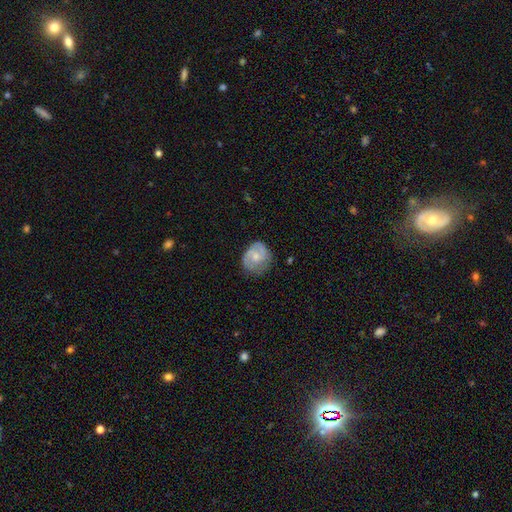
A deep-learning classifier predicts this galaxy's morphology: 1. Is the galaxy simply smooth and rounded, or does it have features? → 60% featured or disk, 34% smooth, 6% star or artifact.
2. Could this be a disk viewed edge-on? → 98% no, 2% yes.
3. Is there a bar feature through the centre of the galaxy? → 64% no, 32% weak, 4% strong.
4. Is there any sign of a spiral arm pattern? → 86% yes, 14% no.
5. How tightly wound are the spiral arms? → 42% medium (tied), 42% tight (tied), 15% loose.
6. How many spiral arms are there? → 59% 2, 19% can't tell, 11% 3, 7% 1, 2% 4, 2% more than 4.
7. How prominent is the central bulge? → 46% moderate, 43% small, 7% none, 3% large, 1% dominant.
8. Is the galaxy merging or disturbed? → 65% none, 24% minor disturbance, 9% major disturbance, 1% merger.